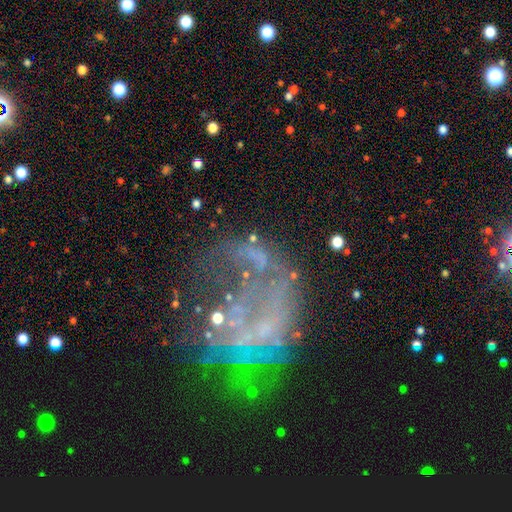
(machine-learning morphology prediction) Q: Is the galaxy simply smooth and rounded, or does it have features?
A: featured or disk — 50%.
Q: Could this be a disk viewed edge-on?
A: no — 95%.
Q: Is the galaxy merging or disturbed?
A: none — 39%.